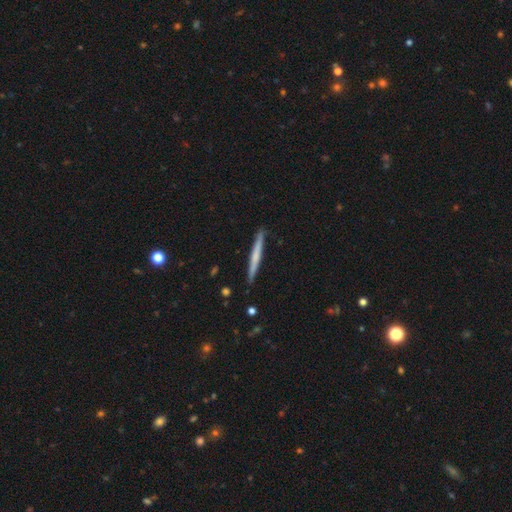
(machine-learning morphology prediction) A smooth galaxy with no disk features (51%) that is cigar-shaped (97%). Merging: none (91%).